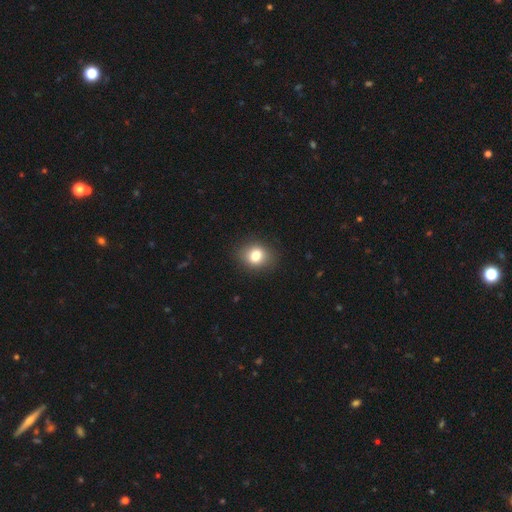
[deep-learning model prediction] Overall: smooth (80%). How rounded: round (60%; in between 39%). Merging: none (88%).